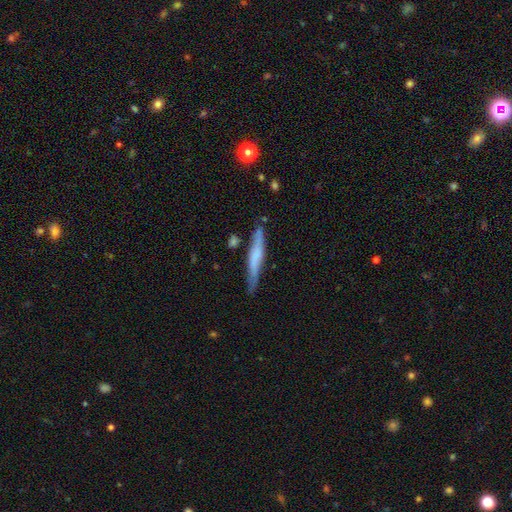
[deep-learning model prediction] Smooth or featured? Predicted: smooth (p=0.50). How rounded? Predicted: cigar-shaped (p=0.93). Merging? Predicted: none (p=0.73).